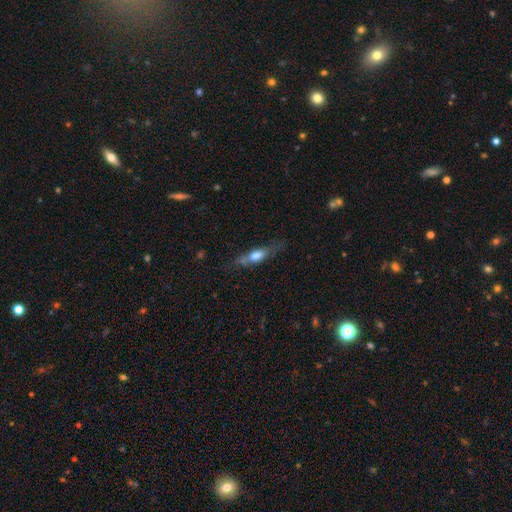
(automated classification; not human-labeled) Overall: smooth (54%; featured or disk 38%). How rounded: cigar-shaped (57%; in between 40%). Merging: none (61%; minor disturbance 24%).